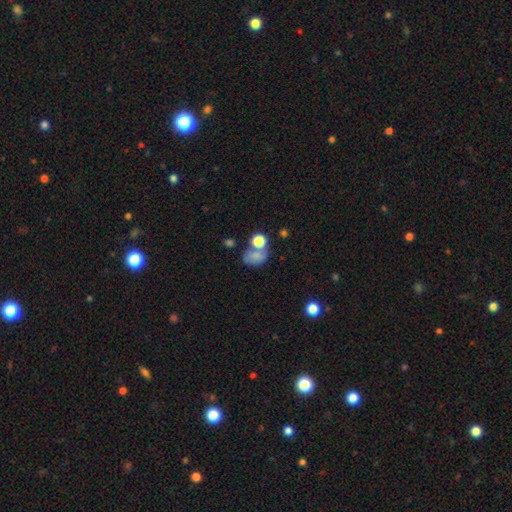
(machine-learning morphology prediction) type=smooth (69%); roundness=in between (59%); merging=none (35%).